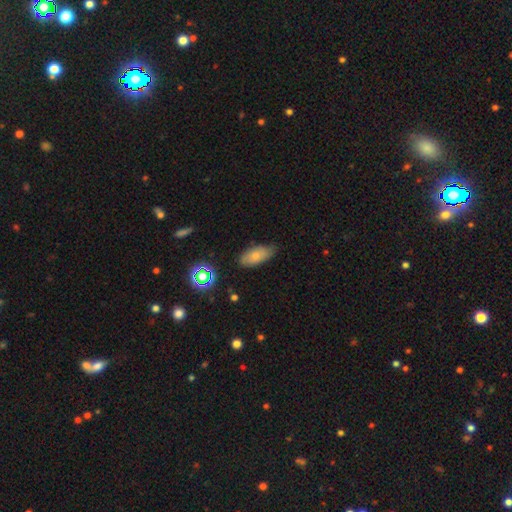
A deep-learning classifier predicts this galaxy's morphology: This is likely a smooth galaxy (76%). How rounded: clearly in between (88%). Merging: likely none (72%).